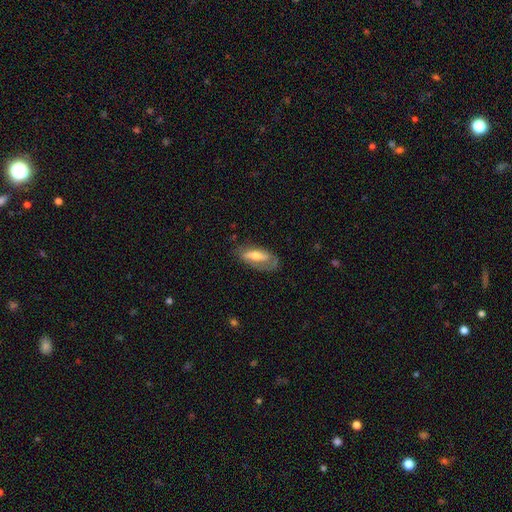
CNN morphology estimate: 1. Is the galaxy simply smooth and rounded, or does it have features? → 53% featured or disk, 40% smooth, 7% star or artifact.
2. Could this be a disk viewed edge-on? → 79% no, 21% yes.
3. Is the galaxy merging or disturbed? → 59% none, 25% minor disturbance, 15% major disturbance, 2% merger.